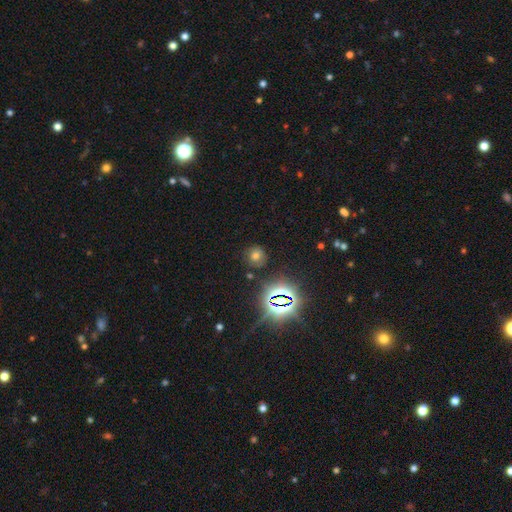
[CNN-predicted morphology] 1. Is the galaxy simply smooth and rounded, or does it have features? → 58% smooth, 31% star or artifact, 12% featured or disk.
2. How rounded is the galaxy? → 85% round, 14% in between, 1% cigar-shaped.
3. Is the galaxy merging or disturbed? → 81% none, 12% minor disturbance, 4% major disturbance, 3% merger.